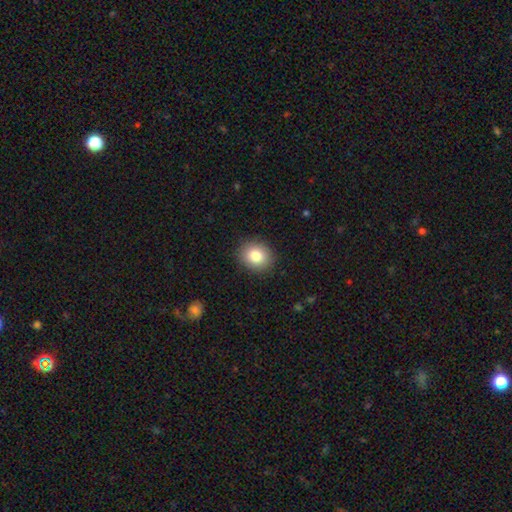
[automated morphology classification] Smooth or featured?
  - smooth: 82% *
  - star or artifact: 9%
  - featured or disk: 8%
How rounded?
  - round: 68% *
  - in between: 31%
  - cigar-shaped: 1%
Merging?
  - none: 90% *
  - minor disturbance: 7%
  - major disturbance: 2%
  - merger: 1%